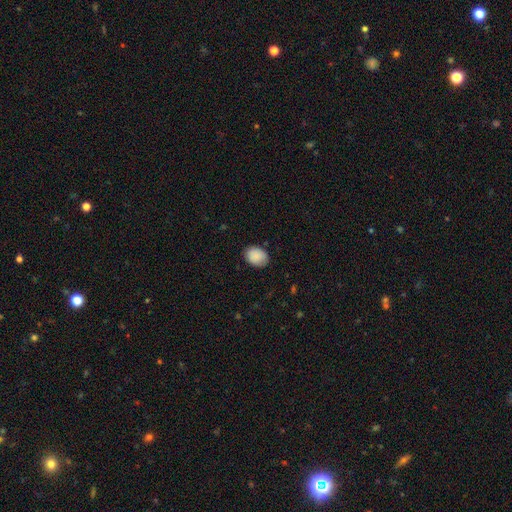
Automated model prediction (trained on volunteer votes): smooth 90%, star or artifact 7%, featured or disk 3%. Down the decision tree: how rounded — in between (67%); merging — none (84%).